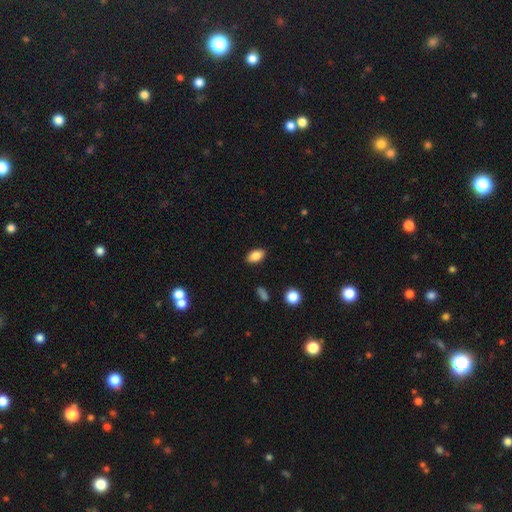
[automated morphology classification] smooth-or-featured: smooth: 86% | star or artifact: 8% | featured or disk: 6%
  how-rounded: in between: 91% | round: 6% | cigar-shaped: 2%
  merging: none: 88% | minor disturbance: 9% | major disturbance: 2% | merger: 1%